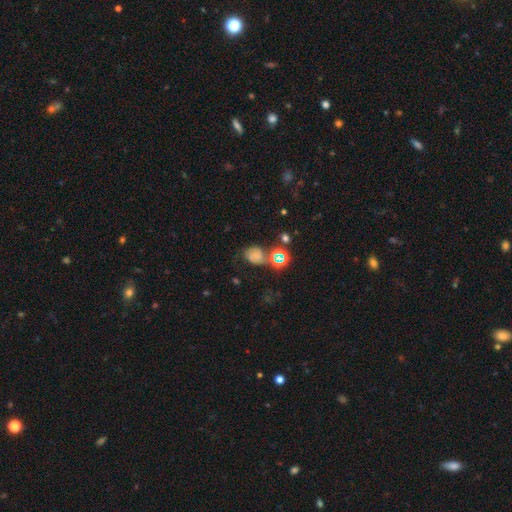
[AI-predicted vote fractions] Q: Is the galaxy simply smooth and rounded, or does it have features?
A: smooth — 49%.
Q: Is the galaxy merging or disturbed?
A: none — 50%.